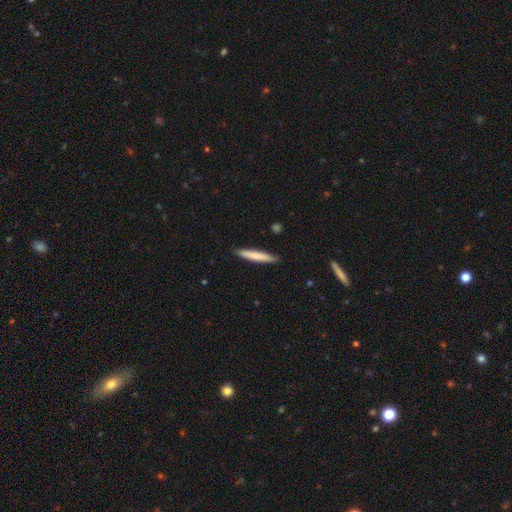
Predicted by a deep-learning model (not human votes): This is likely a smooth galaxy (75%). How rounded: clearly cigar-shaped (94%). Merging: clearly none (89%).